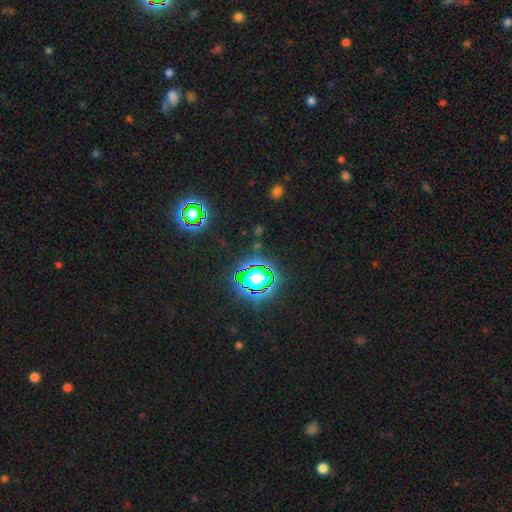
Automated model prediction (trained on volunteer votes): smooth_or_featured: star or artifact (p=0.81) [alt: smooth p=0.12]